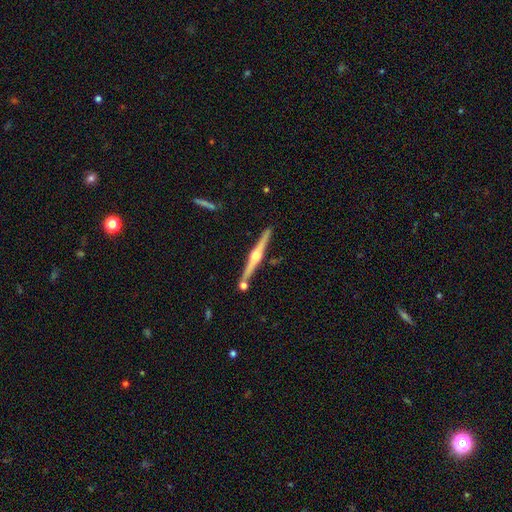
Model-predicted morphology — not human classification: A featured or disk galaxy (83%) viewed edge-on (98%) with a rounded central bulge (92%).

Vote fractions:
- Smooth or featured? featured or disk: 83% / smooth: 12% / star or artifact: 5%
- Edge-on disk? yes: 98% / no: 2%
- Edge-on bulge? rounded: 92% / boxy: 5% / none: 3%
- Merging? none: 86% / minor disturbance: 7% / merger: 5% / major disturbance: 2%